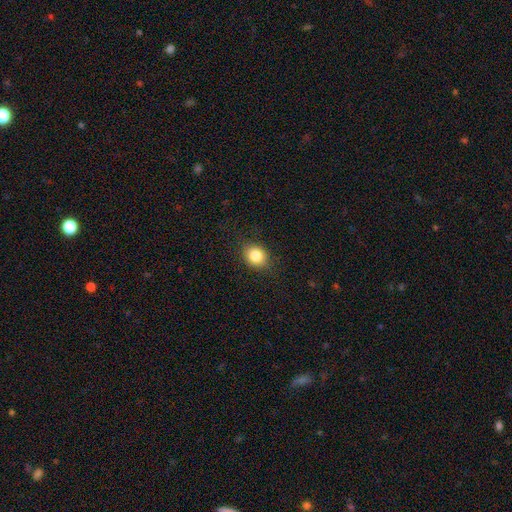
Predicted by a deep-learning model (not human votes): smooth_or_featured: smooth (p=0.84) [alt: star or artifact p=0.10]
how_rounded: round (p=0.61) [alt: in between p=0.38]
merging: none (p=0.85) [alt: minor disturbance p=0.11]